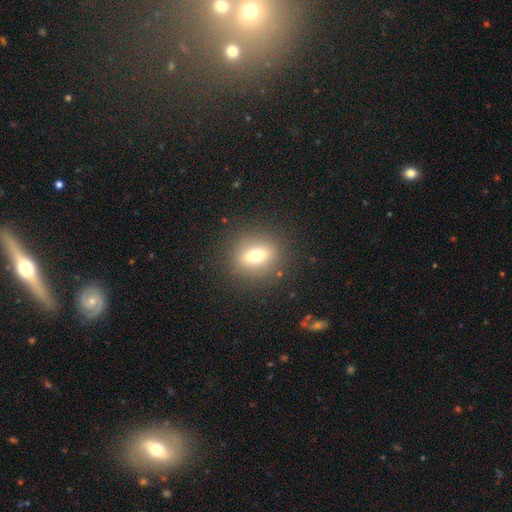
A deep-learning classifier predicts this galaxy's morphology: A smooth galaxy with no disk features (69%) that is round (51%). Merging: none (87%).